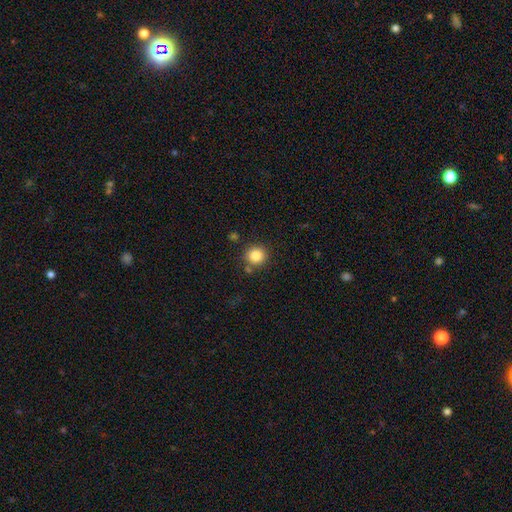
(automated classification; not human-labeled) smooth-or-featured: smooth: 84% | star or artifact: 11% | featured or disk: 5%
  how-rounded: round: 93% | in between: 6% | cigar-shaped: 1%
  merging: none: 83% | minor disturbance: 8% | merger: 6% | major disturbance: 3%